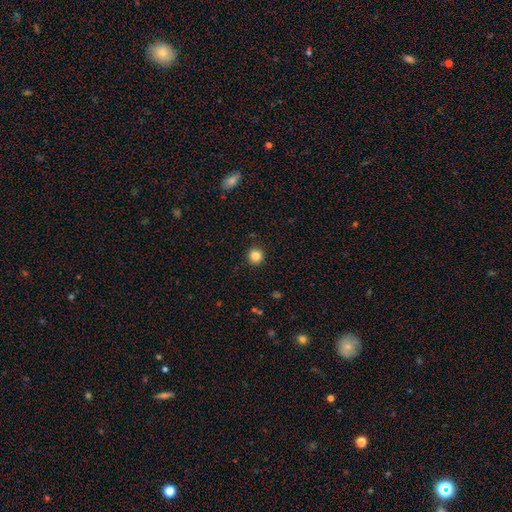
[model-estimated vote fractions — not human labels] A smooth galaxy with no disk features (85%) that is round (92%). Merging: none (91%).